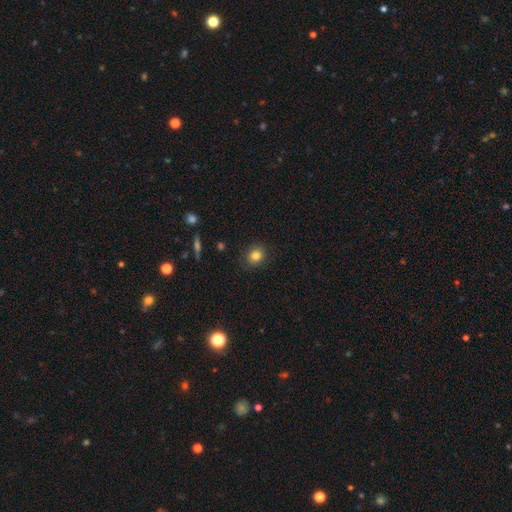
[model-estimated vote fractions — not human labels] A smooth galaxy with no disk features (82%) that is round (76%).

Vote fractions:
- Smooth or featured? smooth: 82% / star or artifact: 10% / featured or disk: 7%
- How rounded? round: 76% / in between: 23% / cigar-shaped: 1%
- Merging? none: 87% / minor disturbance: 9% / major disturbance: 3% / merger: 1%